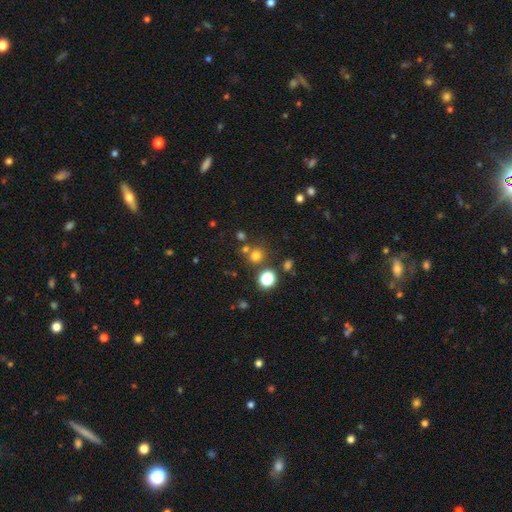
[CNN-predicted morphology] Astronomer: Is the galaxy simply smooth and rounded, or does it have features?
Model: smooth — 68%.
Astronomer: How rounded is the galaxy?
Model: round — 91%.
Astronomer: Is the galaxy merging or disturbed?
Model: none — 74%.